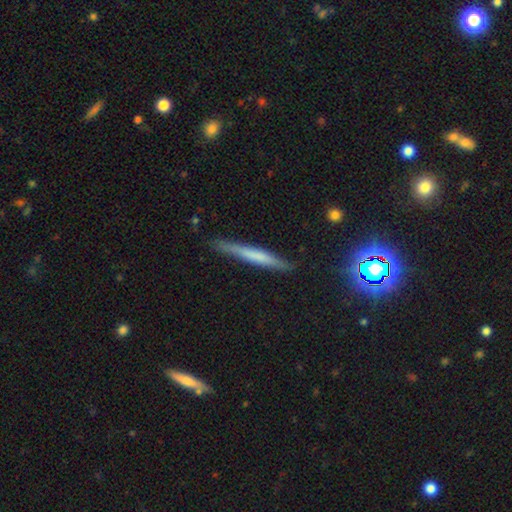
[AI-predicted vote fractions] A smooth galaxy with no disk features (53%) that is cigar-shaped (96%).

Vote fractions:
- Smooth or featured? smooth: 53% / featured or disk: 39% / star or artifact: 7%
- How rounded? cigar-shaped: 96% / in between: 3% / round: 1%
- Merging? none: 85% / minor disturbance: 12% / major disturbance: 2% / merger: 2%